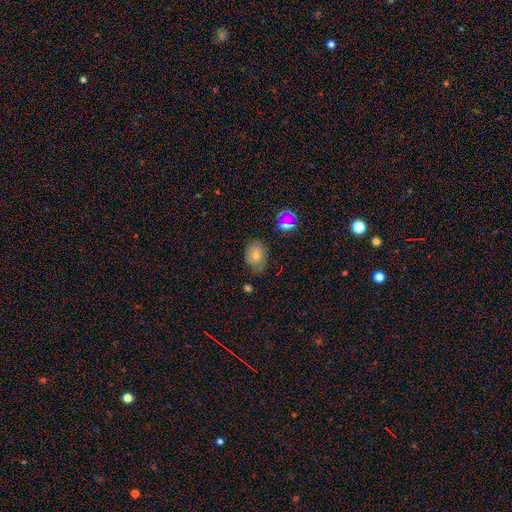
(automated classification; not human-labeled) A smooth galaxy with no disk features (71%) that is in between round and cigar-shaped (56%). Merging: none (68%).